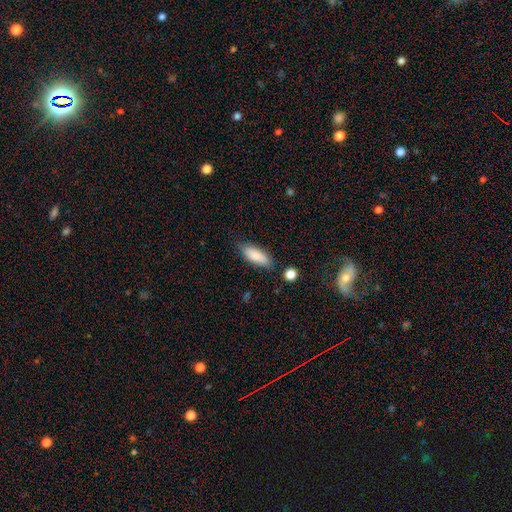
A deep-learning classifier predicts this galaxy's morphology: Smooth or featured: smooth — 86% (featured or disk — 8%)
How rounded: in between — 75% (cigar-shaped — 23%)
Merging: none — 80% (minor disturbance — 14%)